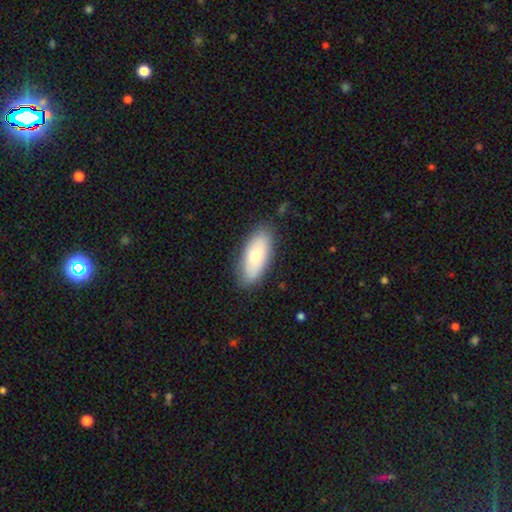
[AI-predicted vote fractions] smooth-or-featured: smooth: 74% | featured or disk: 20% | star or artifact: 6%
  how-rounded: in between: 84% | cigar-shaped: 14% | round: 2%
  merging: none: 83% | minor disturbance: 13% | major disturbance: 3% | merger: 1%